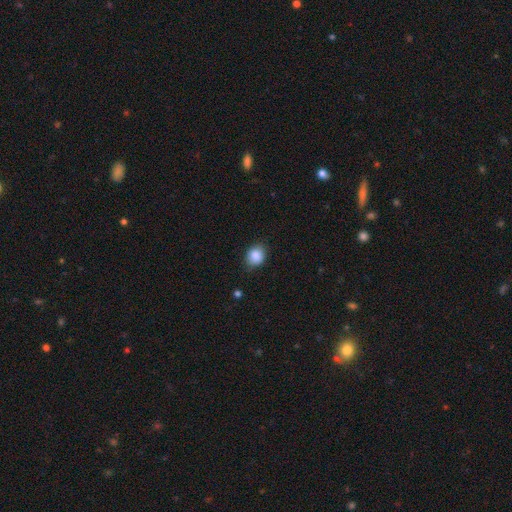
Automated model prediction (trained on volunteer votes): A smooth galaxy with no disk features (87%) that is round (56%).

Vote fractions:
- Smooth or featured? smooth: 87% / star or artifact: 8% / featured or disk: 5%
- How rounded? round: 56% / in between: 43% / cigar-shaped: 1%
- Merging? none: 79% / minor disturbance: 16% / major disturbance: 3% / merger: 1%